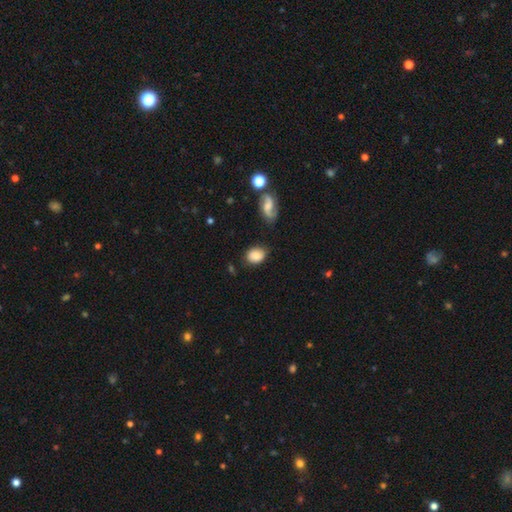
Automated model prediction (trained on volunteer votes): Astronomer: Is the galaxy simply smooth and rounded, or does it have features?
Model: smooth — 77%.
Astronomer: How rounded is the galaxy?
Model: in between — 63%.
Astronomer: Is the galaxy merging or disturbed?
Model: none — 72%.